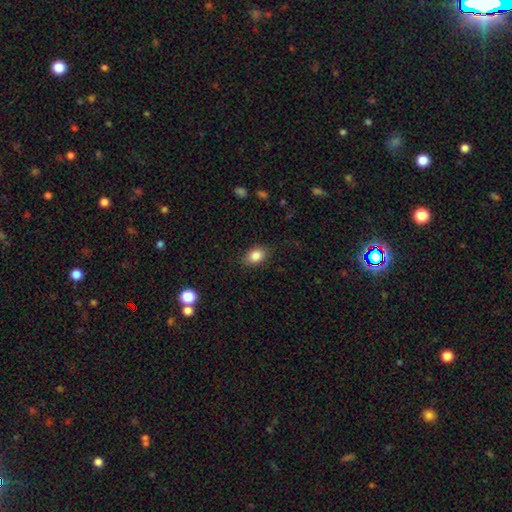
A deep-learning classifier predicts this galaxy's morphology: smooth 86%, star or artifact 8%, featured or disk 6%. Down the decision tree: how rounded — in between (80%); merging — none (83%).